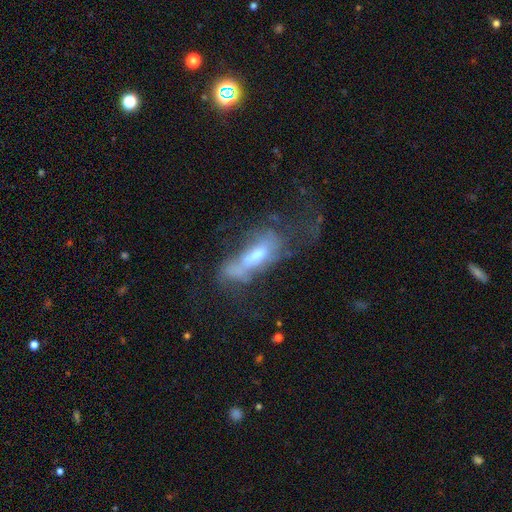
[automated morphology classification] smooth-or-featured: featured or disk: 56% | smooth: 32% | star or artifact: 12%
  disk-edge-on: no: 75% | yes: 25%
  merging: major disturbance: 46% | none: 24% | minor disturbance: 18% | merger: 12%